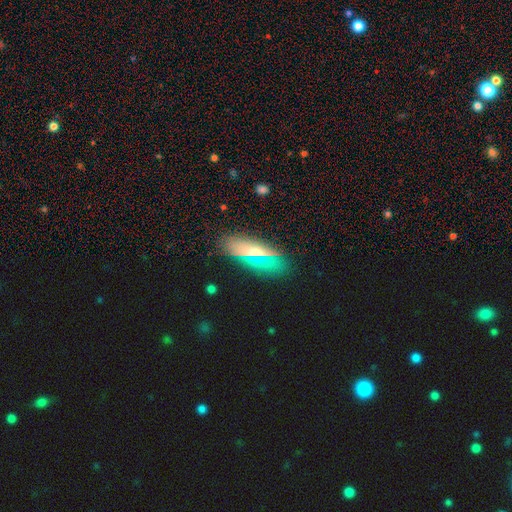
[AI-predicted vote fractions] Smooth or featured?
  - smooth: 49% *
  - featured or disk: 34%
  - star or artifact: 16%
Merging?
  - none: 85% *
  - minor disturbance: 10%
  - major disturbance: 3%
  - merger: 2%